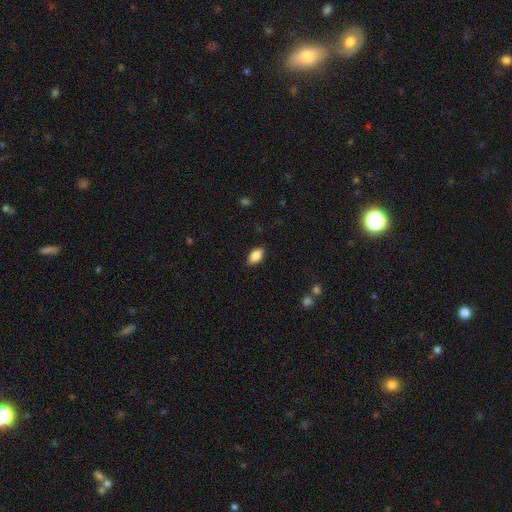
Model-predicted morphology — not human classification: Smooth or featured?
  - smooth: 86% *
  - star or artifact: 7%
  - featured or disk: 7%
How rounded?
  - in between: 92% *
  - cigar-shaped: 4%
  - round: 4%
Merging?
  - none: 88% *
  - minor disturbance: 9%
  - major disturbance: 2%
  - merger: 1%